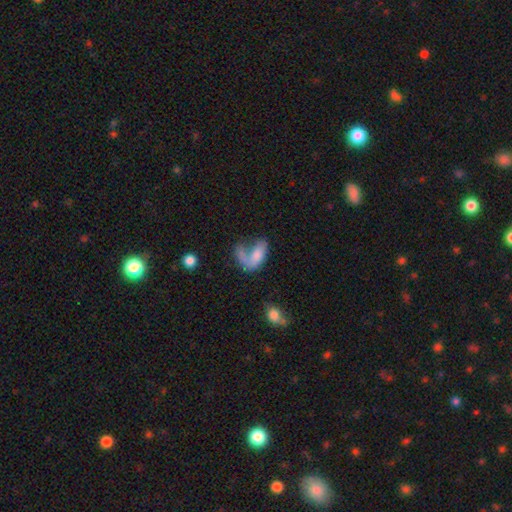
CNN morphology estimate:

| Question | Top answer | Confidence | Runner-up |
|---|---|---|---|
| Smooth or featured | smooth | 58% | featured or disk (34%) |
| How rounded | in between | 85% | round (8%) |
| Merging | major disturbance | 38% | merger (25%) |